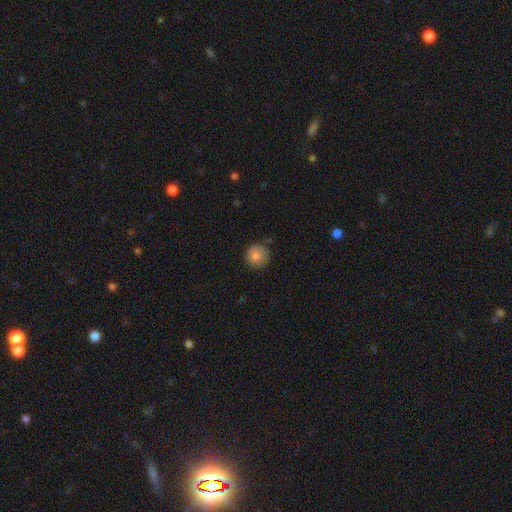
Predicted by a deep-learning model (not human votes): smooth_or_featured: smooth (p=0.82) [alt: star or artifact p=0.10]
how_rounded: round (p=0.94) [alt: in between p=0.05]
merging: none (p=0.81) [alt: minor disturbance p=0.15]